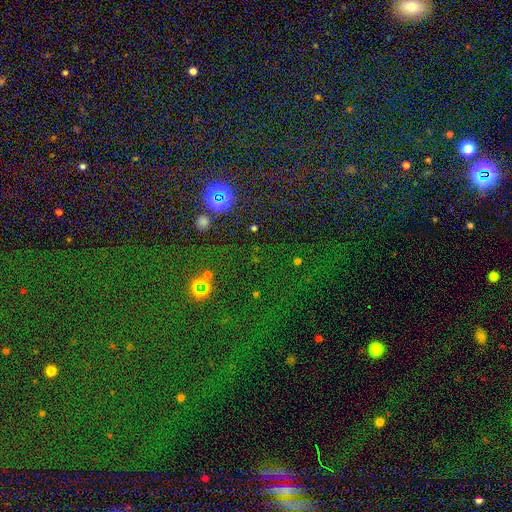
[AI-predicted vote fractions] This is likely a star or artifact rather than a galaxy (78%).